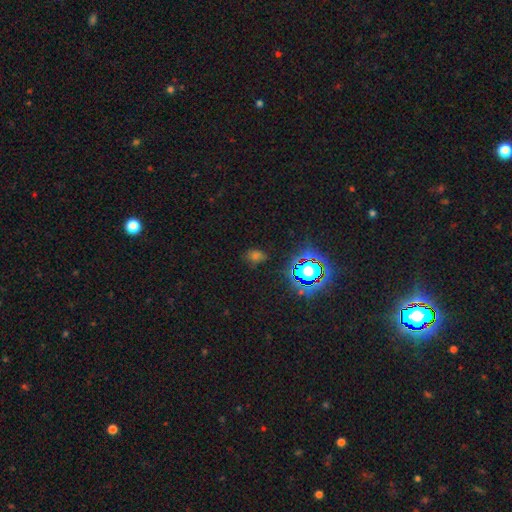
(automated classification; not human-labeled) The model was most divided on "smooth or featured": star or artifact: 47%, smooth: 44%, featured or disk: 9%.